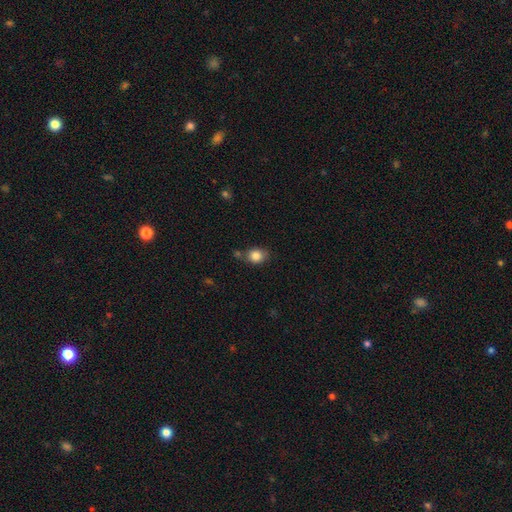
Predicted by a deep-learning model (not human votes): smooth-or-featured: smooth: 84% | star or artifact: 9% | featured or disk: 6%
  how-rounded: round: 56% | in between: 43% | cigar-shaped: 1%
  merging: none: 65% | minor disturbance: 19% | merger: 11% | major disturbance: 5%